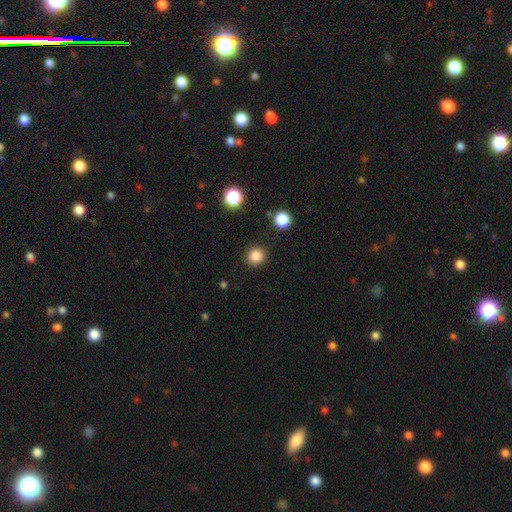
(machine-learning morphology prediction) smooth 85%, star or artifact 12%, featured or disk 3%. Down the decision tree: how rounded — round (91%); merging — none (90%).